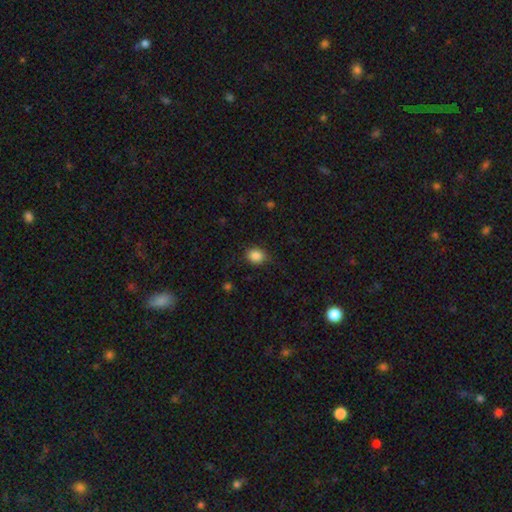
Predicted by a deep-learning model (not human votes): smooth_or_featured: smooth (p=0.87) [alt: star or artifact p=0.10]
how_rounded: round (p=0.64) [alt: in between p=0.35]
merging: none (p=0.83) [alt: minor disturbance p=0.13]